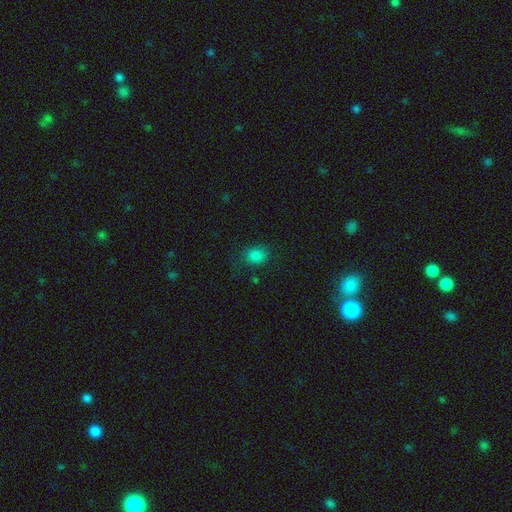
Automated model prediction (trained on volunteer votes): Smooth or featured? Predicted: smooth (p=0.82). How rounded? Predicted: round (p=0.51). Merging? Predicted: none (p=0.76).